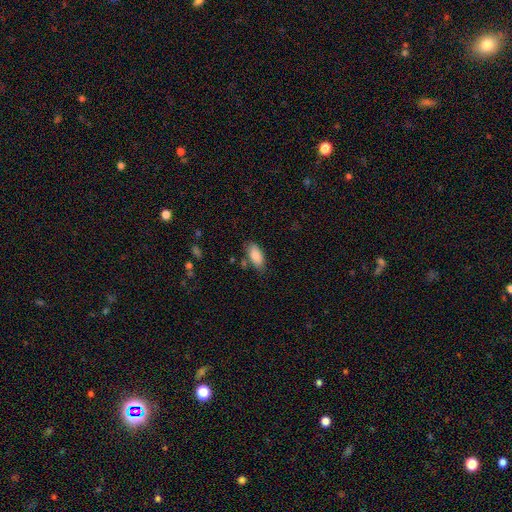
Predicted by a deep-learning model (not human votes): A smooth galaxy with no disk features (86%) that is in between round and cigar-shaped (89%). Merging: none (76%).